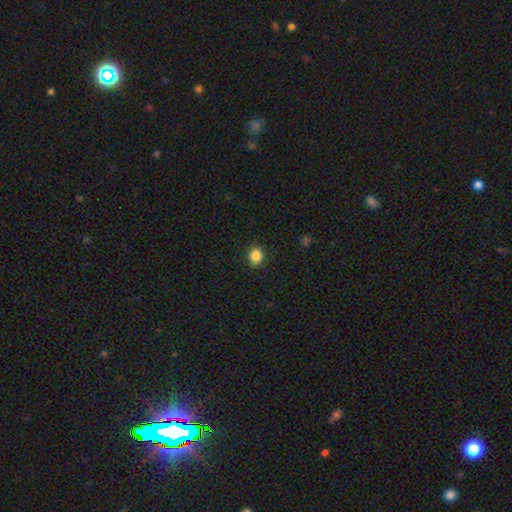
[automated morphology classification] smooth_or_featured: smooth (p=0.87) [alt: star or artifact p=0.10]
how_rounded: round (p=0.55) [alt: in between p=0.44]
merging: none (p=0.89) [alt: minor disturbance p=0.08]